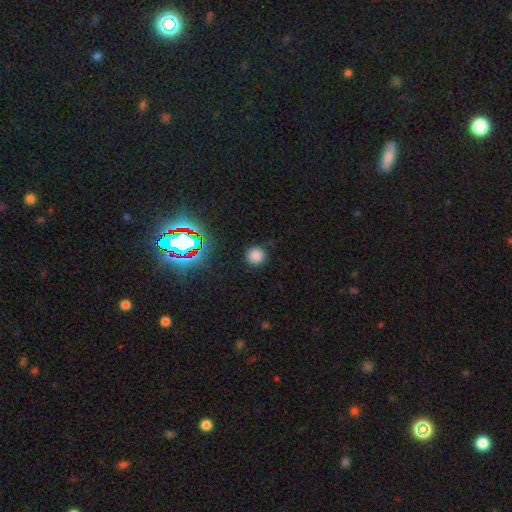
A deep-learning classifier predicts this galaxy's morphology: A smooth galaxy with no disk features (78%) that is round (94%). Merging: none (89%).